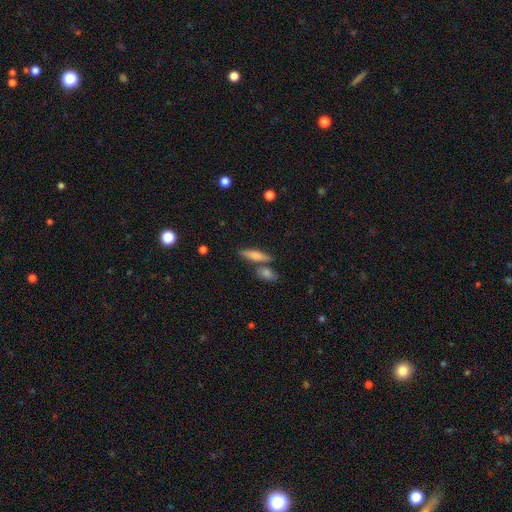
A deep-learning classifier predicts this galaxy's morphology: smooth-or-featured: smooth: 69% | featured or disk: 24% | star or artifact: 7%
  how-rounded: cigar-shaped: 65% | in between: 31% | round: 4%
  merging: none: 68% | merger: 18% | minor disturbance: 11% | major disturbance: 3%